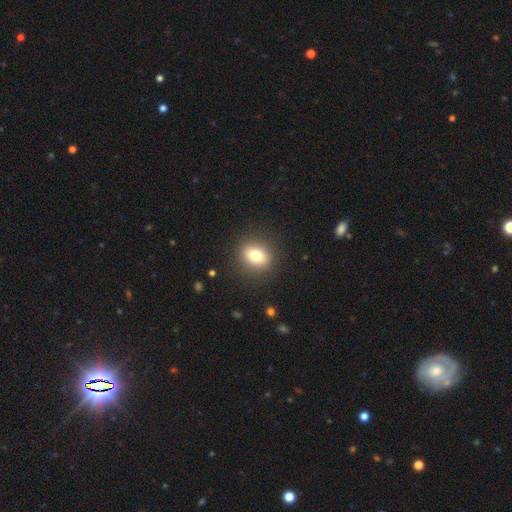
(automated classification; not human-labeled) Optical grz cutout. It shows a smooth galaxy with no disk features (77%) that is round (60%). Merging: none (88%).